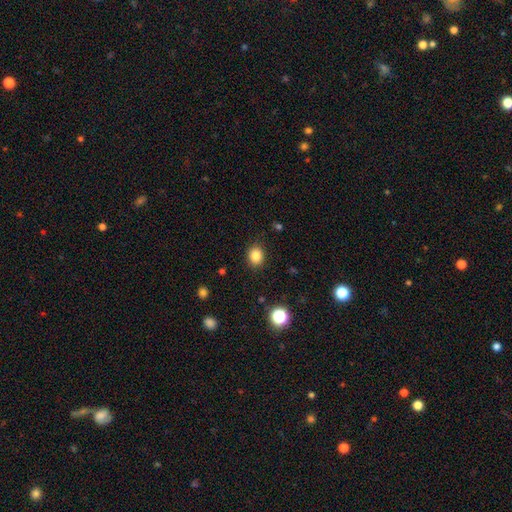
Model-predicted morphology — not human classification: This appears to be a smooth galaxy with no disk features (84%) that is round (65%). Merging: none (88%).